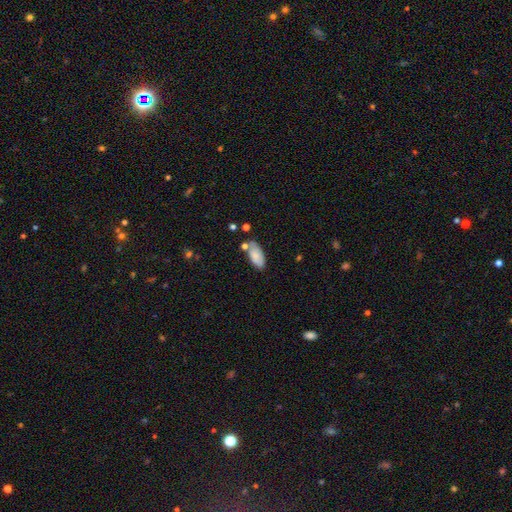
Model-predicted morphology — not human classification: smooth 80%, featured or disk 13%, star or artifact 7%. Down the decision tree: how rounded — in between (91%); merging — none (64%).